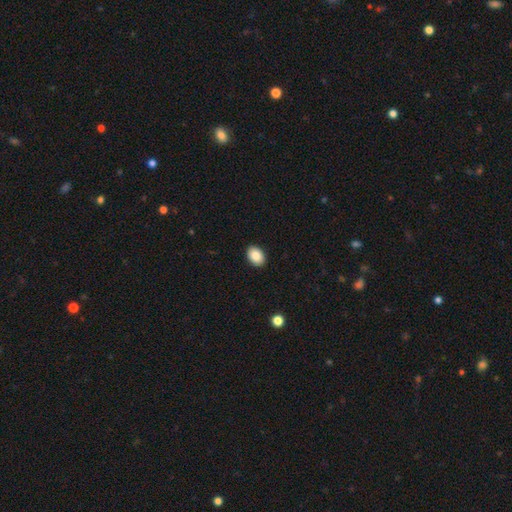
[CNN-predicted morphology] smooth-or-featured: smooth: 88% | star or artifact: 8% | featured or disk: 5%
  how-rounded: in between: 76% | round: 23% | cigar-shaped: 1%
  merging: none: 91% | minor disturbance: 6% | major disturbance: 2% | merger: 1%